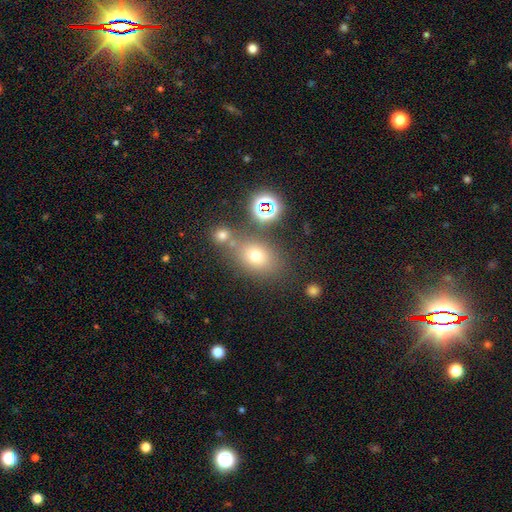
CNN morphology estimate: type=smooth (67%); roundness=in between (60%); merging=none (65%).